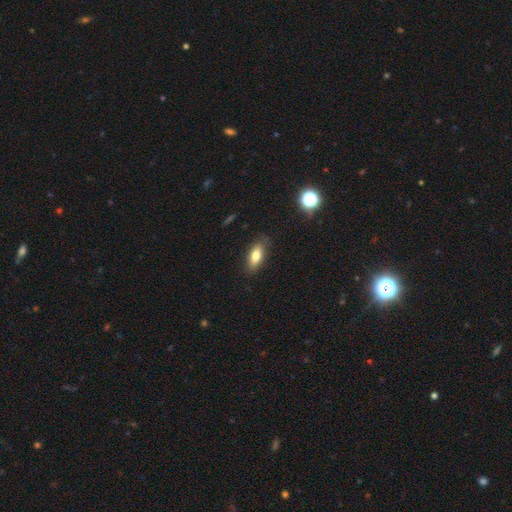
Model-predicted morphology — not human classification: smooth-or-featured: smooth: 75% | featured or disk: 17% | star or artifact: 8%
  how-rounded: in between: 76% | cigar-shaped: 20% | round: 3%
  merging: none: 84% | minor disturbance: 12% | major disturbance: 3% | merger: 1%